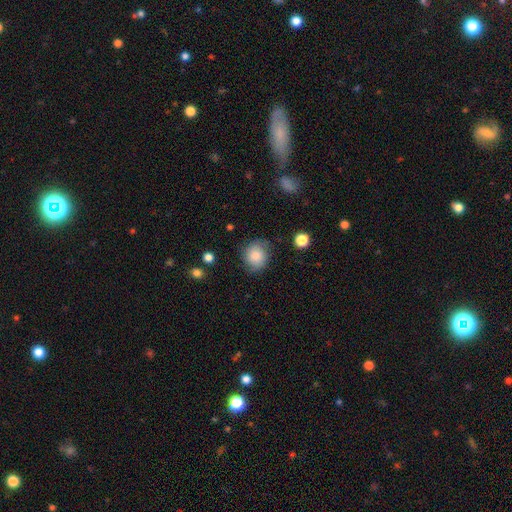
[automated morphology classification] Overall: smooth (77%). How rounded: round (76%). Merging: none (70%).